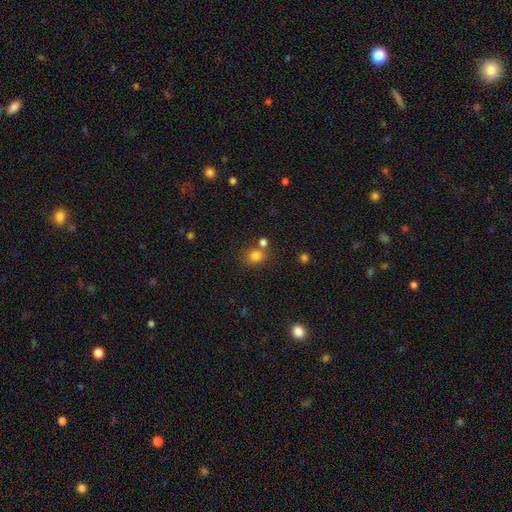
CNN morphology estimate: type=smooth (80%); roundness=round (78%); merging=none (65%).